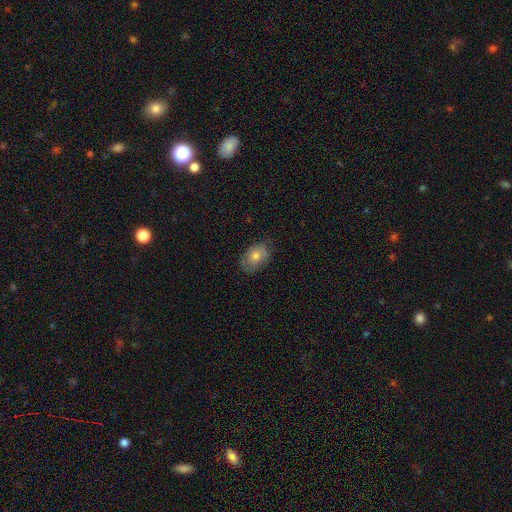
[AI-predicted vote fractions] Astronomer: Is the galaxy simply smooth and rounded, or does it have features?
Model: smooth — 64%.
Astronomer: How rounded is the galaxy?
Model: in between — 78%.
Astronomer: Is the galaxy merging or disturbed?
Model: none — 76%.